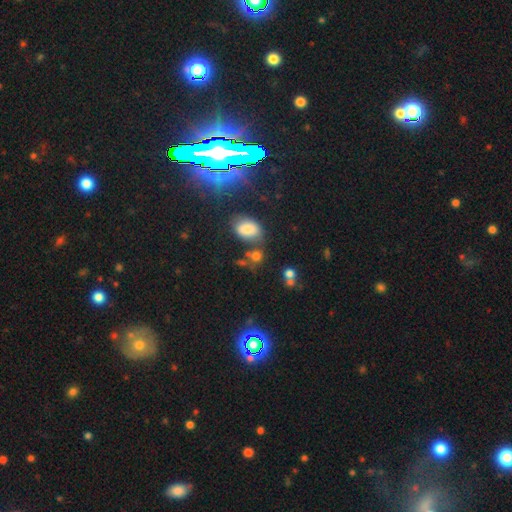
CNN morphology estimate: A smooth galaxy with no disk features (54%) that is in between round and cigar-shaped (66%).

Vote fractions:
- Smooth or featured? smooth: 54% / star or artifact: 35% / featured or disk: 11%
- How rounded? in between: 66% / round: 32% / cigar-shaped: 2%
- Merging? none: 68% / merger: 14% / minor disturbance: 13% / major disturbance: 6%